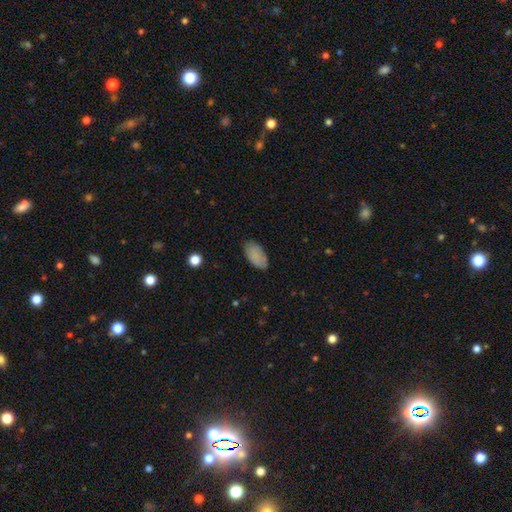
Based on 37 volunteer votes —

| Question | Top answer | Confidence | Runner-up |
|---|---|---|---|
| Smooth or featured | smooth | 97% | star or artifact (3%) |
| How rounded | in between | 100% | — |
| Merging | none | 78% | minor disturbance (19%) |